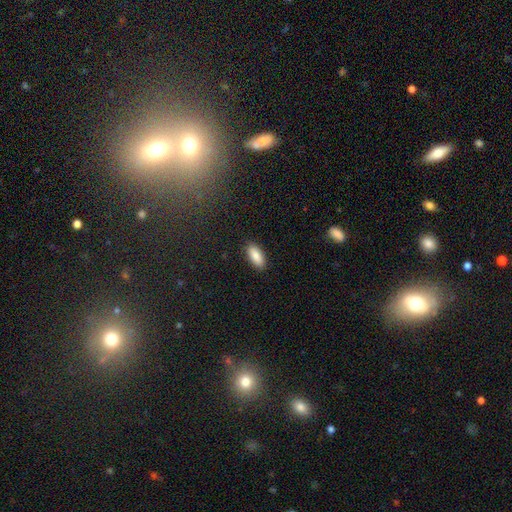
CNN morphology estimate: This is clearly a smooth galaxy (87%). How rounded: clearly in between (84%). Merging: clearly none (88%).